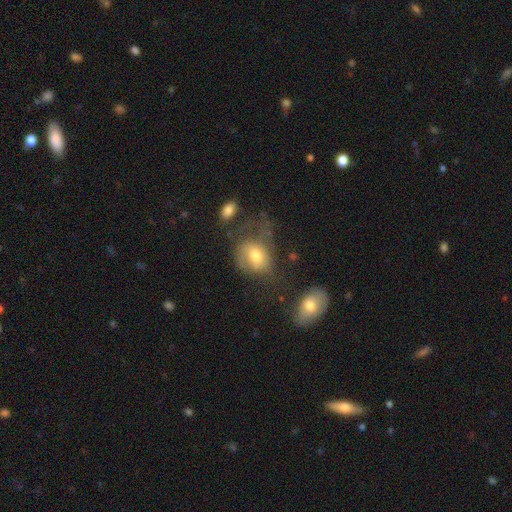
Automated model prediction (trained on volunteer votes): Q: Smooth or featured?
A: smooth (62%); runner-up: featured or disk (29%)
Q: How rounded?
A: in between (58%); runner-up: round (41%)
Q: Merging?
A: major disturbance (40%); runner-up: none (28%)